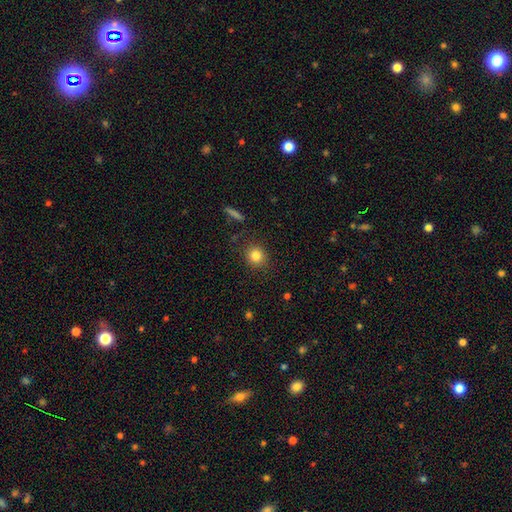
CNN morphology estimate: smooth_or_featured: smooth (p=0.83) [alt: star or artifact p=0.11]
how_rounded: round (p=0.84) [alt: in between p=0.15]
merging: none (p=0.86) [alt: minor disturbance p=0.09]